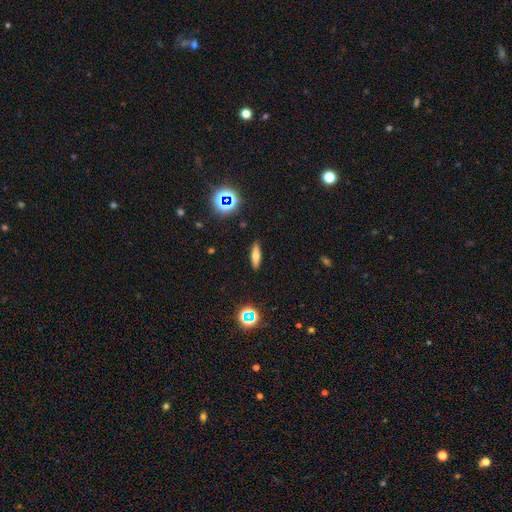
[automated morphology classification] Q: Smooth or featured?
A: smooth (62%); runner-up: featured or disk (24%)
Q: How rounded?
A: cigar-shaped (61%); runner-up: in between (35%)
Q: Merging?
A: none (89%); runner-up: minor disturbance (8%)